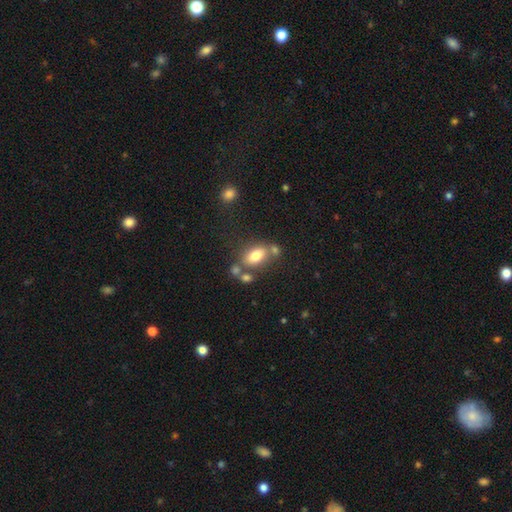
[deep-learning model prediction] Smooth or featured?
  - smooth: 75% *
  - featured or disk: 15%
  - star or artifact: 10%
How rounded?
  - in between: 84% *
  - round: 12%
  - cigar-shaped: 4%
Merging?
  - none: 57% *
  - merger: 24%
  - minor disturbance: 14%
  - major disturbance: 5%